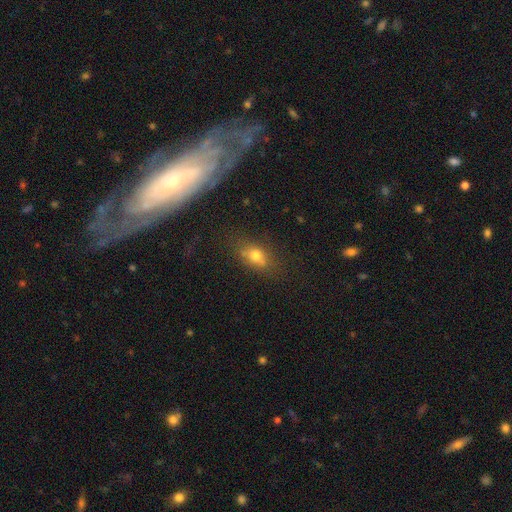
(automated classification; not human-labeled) The model was most divided on "smooth or featured": smooth: 65%, featured or disk: 20%, star or artifact: 15%. More confident: merging — none (73%); how rounded — in between (72%).